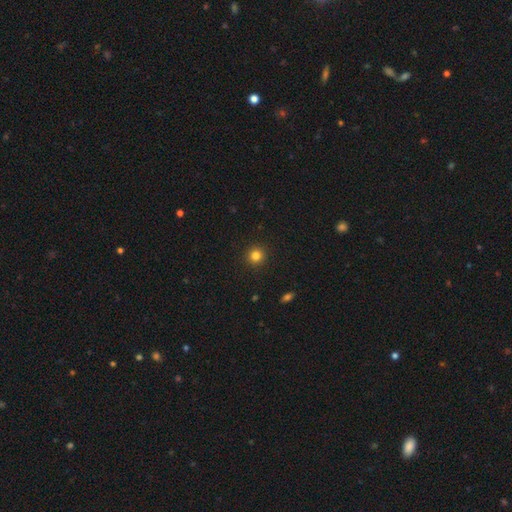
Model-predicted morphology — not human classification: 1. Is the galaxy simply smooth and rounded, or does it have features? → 82% smooth, 13% star or artifact, 5% featured or disk.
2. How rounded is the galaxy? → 94% round, 5% in between, 1% cigar-shaped.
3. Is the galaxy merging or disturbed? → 92% none, 5% minor disturbance, 2% major disturbance, 1% merger.